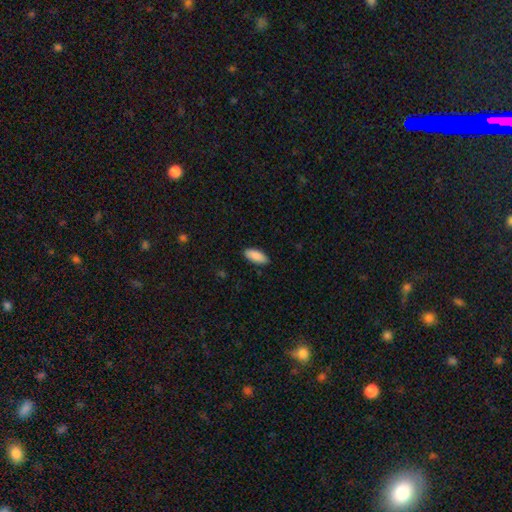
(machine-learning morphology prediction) smooth_or_featured: smooth (p=0.90) [alt: star or artifact p=0.06]
how_rounded: in between (p=0.86) [alt: cigar-shaped p=0.12]
merging: none (p=0.88) [alt: minor disturbance p=0.09]